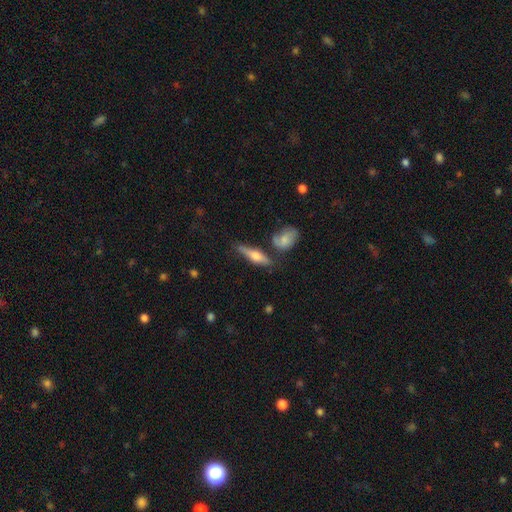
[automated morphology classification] Overall: smooth (47%; featured or disk 46%). Merging: none (66%).